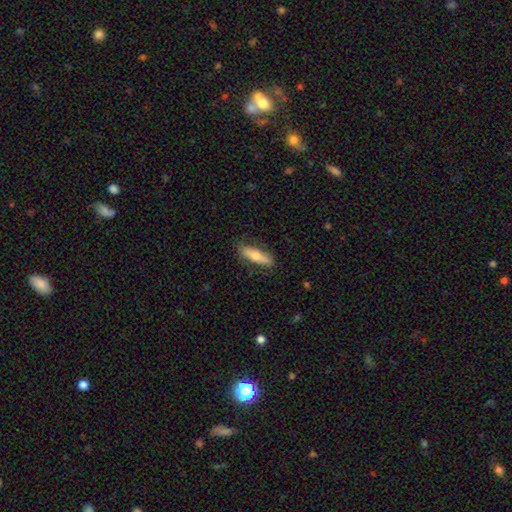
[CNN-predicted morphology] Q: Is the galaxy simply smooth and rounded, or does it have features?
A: smooth — 61%.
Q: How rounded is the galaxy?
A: cigar-shaped — 64%.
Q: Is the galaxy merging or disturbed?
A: none — 83%.